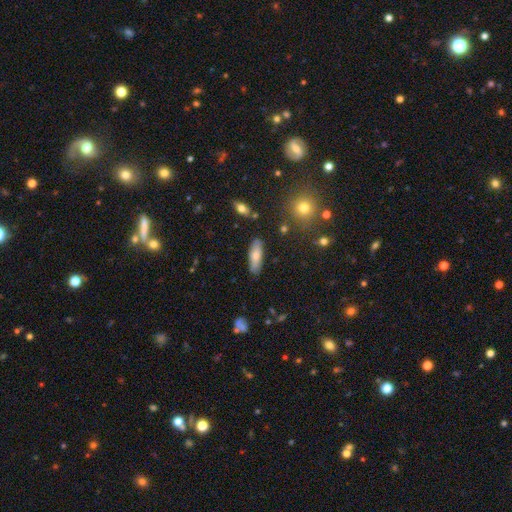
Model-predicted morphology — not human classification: type=smooth (71%); roundness=in between (51%); merging=none (84%).